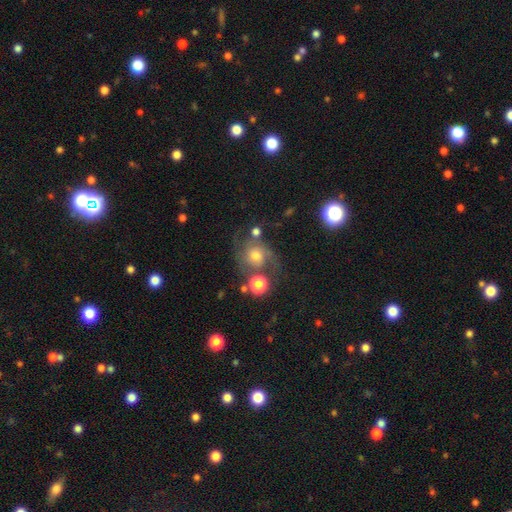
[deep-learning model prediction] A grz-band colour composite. It shows a featured or disk galaxy (62%) with no bar (71%), 2 (64%) medium (48%) spiral arms (90%) and a moderate central bulge (57%). Merging: none (50%).